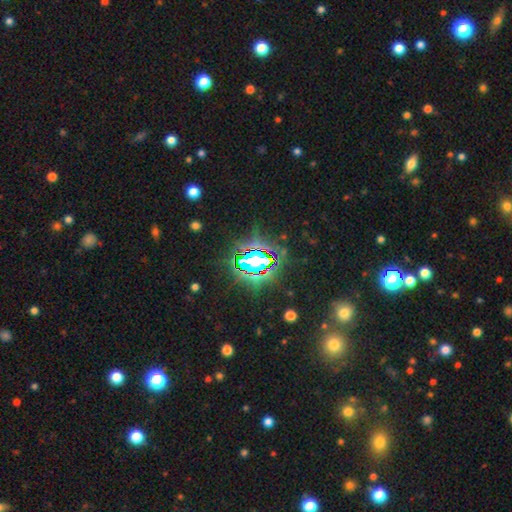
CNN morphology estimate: Smooth or featured? Predicted: star or artifact (p=0.77).